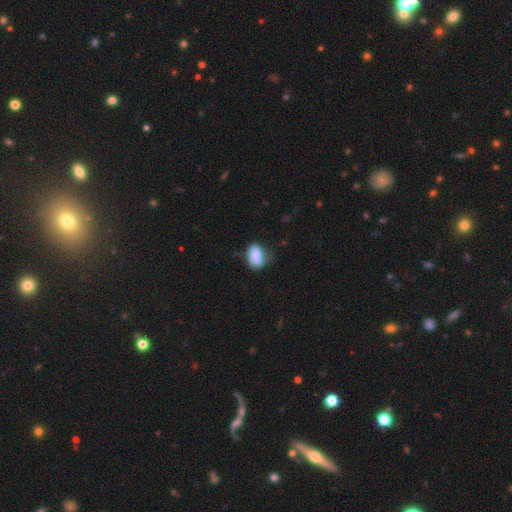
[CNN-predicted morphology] smooth 83%, featured or disk 10%, star or artifact 7%. Down the decision tree: how rounded — in between (83%); merging — none (50%).